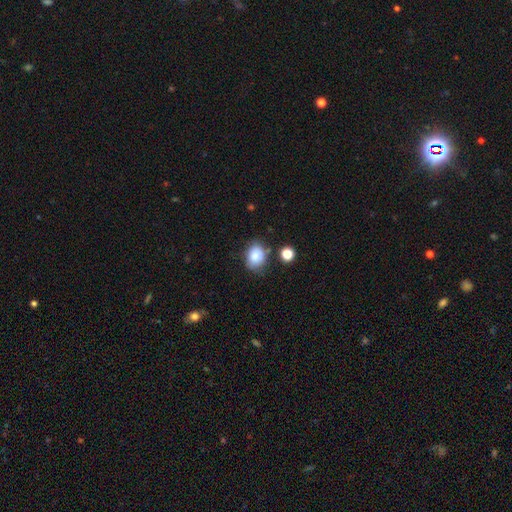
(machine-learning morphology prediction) A smooth galaxy with no disk features (80%) that is in between round and cigar-shaped (57%). Merging: none (68%).